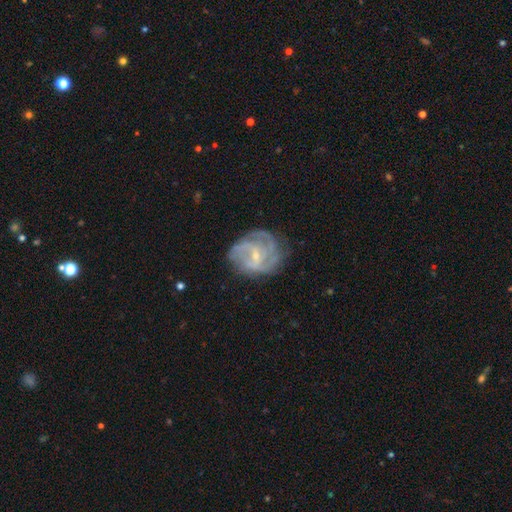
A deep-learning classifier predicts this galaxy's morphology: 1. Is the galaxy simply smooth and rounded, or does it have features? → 83% featured or disk, 11% smooth, 6% star or artifact.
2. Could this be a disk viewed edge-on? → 98% no, 2% yes.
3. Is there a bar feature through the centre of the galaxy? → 55% weak, 29% no, 16% strong.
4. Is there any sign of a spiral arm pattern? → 90% yes, 10% no.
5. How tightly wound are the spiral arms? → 45% tight, 42% medium, 13% loose.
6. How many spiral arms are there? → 31% can't tell, 26% 3, 23% 2, 11% 4, 5% 1, 4% more than 4.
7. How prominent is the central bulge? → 71% small, 23% moderate, 4% none, 1% large, 1% dominant.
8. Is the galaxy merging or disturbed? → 65% none, 22% minor disturbance, 12% major disturbance, 2% merger.